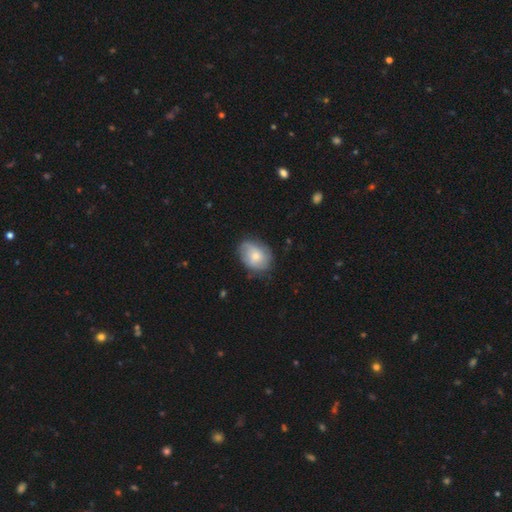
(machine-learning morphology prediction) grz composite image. It shows a smooth galaxy with no disk features (57%) that is in between round and cigar-shaped (59%). Merging: none (65%).